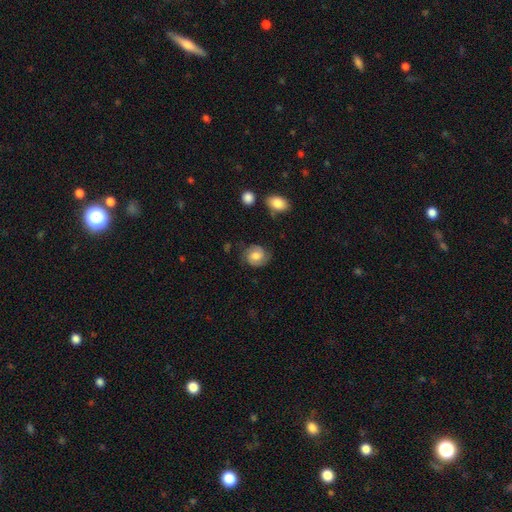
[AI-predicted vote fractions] Smooth or featured?
  - smooth: 50% *
  - featured or disk: 42%
  - star or artifact: 8%
Merging?
  - none: 75% *
  - minor disturbance: 18%
  - major disturbance: 6%
  - merger: 2%